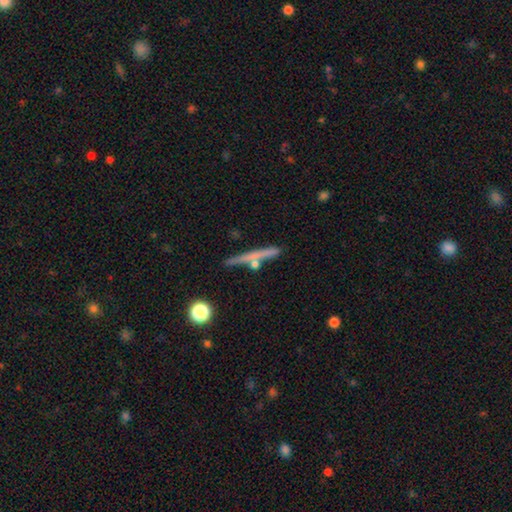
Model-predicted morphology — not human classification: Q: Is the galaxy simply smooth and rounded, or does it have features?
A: featured or disk — 51%.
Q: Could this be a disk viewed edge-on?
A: yes — 95%.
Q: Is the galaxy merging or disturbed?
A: none — 78%.